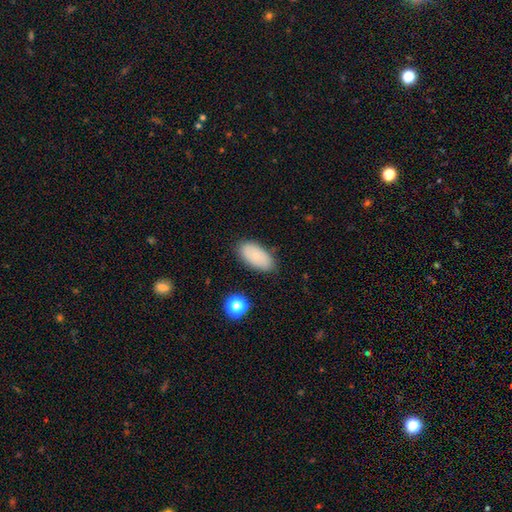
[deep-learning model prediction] Smooth or featured? Predicted: smooth (p=0.78). How rounded? Predicted: in between (p=0.93). Merging? Predicted: none (p=0.81).